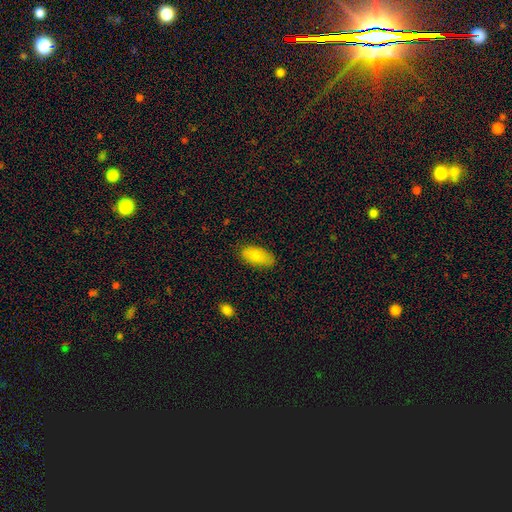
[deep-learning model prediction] Q: Smooth or featured?
A: smooth (82%); runner-up: featured or disk (11%)
Q: How rounded?
A: in between (92%); runner-up: cigar-shaped (6%)
Q: Merging?
A: none (83%); runner-up: minor disturbance (13%)